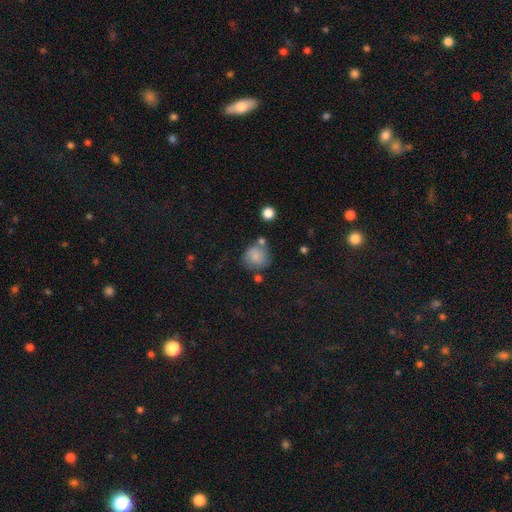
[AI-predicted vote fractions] smooth 78%, featured or disk 13%, star or artifact 9%. Down the decision tree: how rounded — round (83%); merging — none (60%).